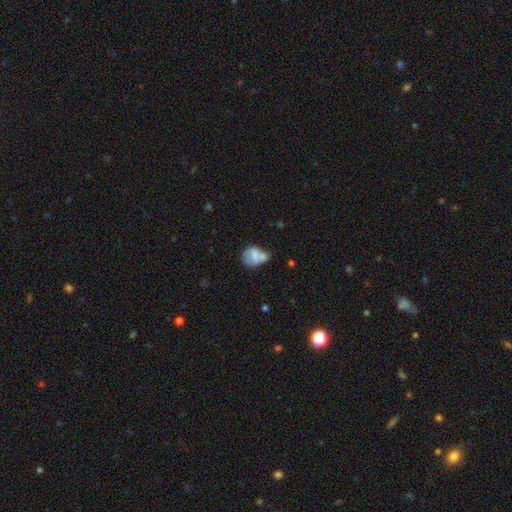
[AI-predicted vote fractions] This appears to be a smooth galaxy with no disk features (58%) that is in between round and cigar-shaped (53%). Merging: merger (35%).